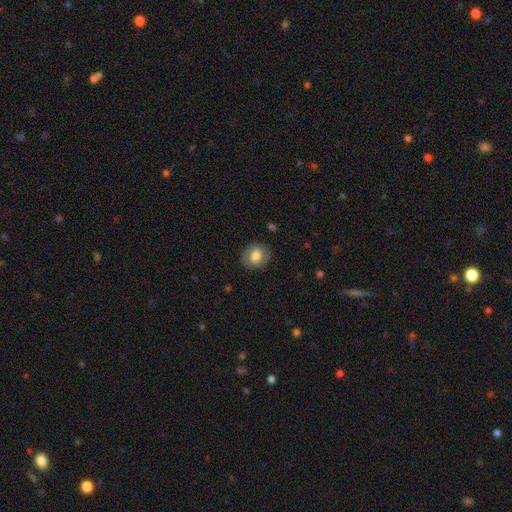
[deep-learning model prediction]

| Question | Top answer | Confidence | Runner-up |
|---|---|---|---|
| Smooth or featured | smooth | 70% | featured or disk (22%) |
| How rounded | round | 56% | in between (43%) |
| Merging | none | 82% | minor disturbance (13%) |